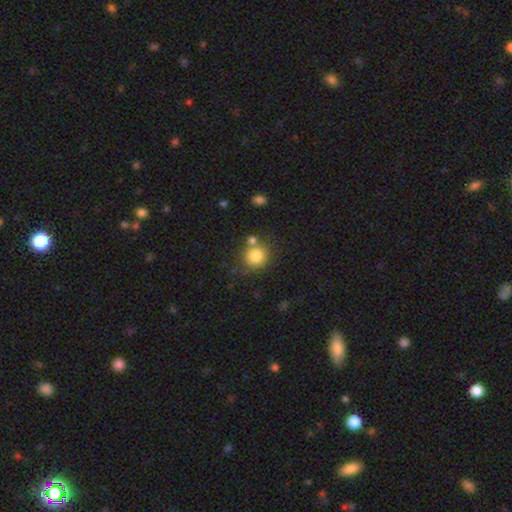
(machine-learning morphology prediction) type=smooth (82%); roundness=round (87%); merging=none (67%).